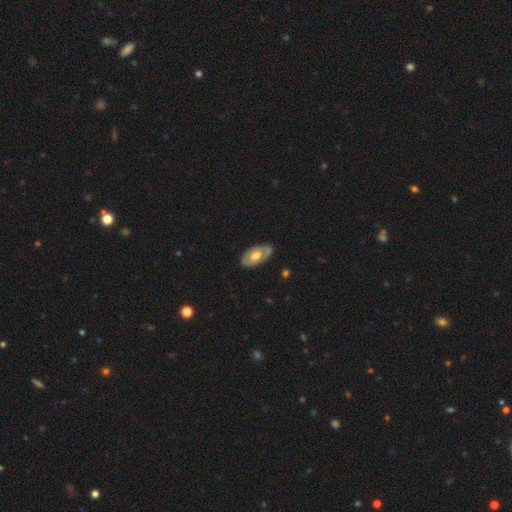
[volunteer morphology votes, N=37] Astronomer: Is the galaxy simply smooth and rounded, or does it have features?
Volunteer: featured or disk — 65%.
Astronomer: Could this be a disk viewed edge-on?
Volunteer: no — 83%.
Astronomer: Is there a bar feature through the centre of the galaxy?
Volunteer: no — 55% (runner-up: weak, 40%).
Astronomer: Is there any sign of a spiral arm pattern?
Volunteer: yes — 70%.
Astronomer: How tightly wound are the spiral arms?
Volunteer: tight — 64%.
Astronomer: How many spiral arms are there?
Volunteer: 2 — 50% (runner-up: can't tell, 36%).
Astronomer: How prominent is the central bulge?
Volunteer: moderate — 65%.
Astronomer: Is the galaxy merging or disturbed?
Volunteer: none — 65%.